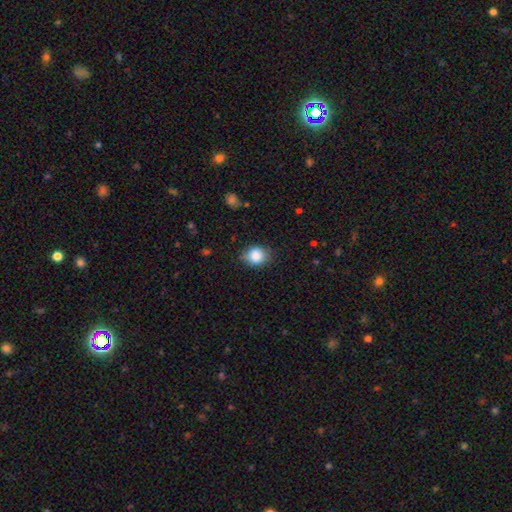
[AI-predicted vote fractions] A smooth galaxy with no disk features (86%) that is round (66%). Merging: none (77%).